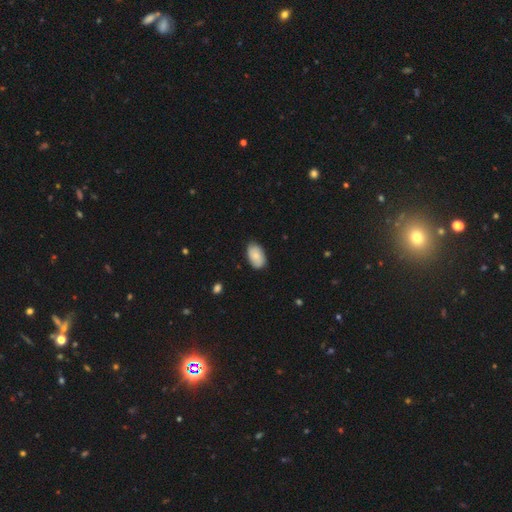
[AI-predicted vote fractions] smooth 80%, featured or disk 14%, star or artifact 6%. Down the decision tree: how rounded — in between (94%); merging — none (83%).